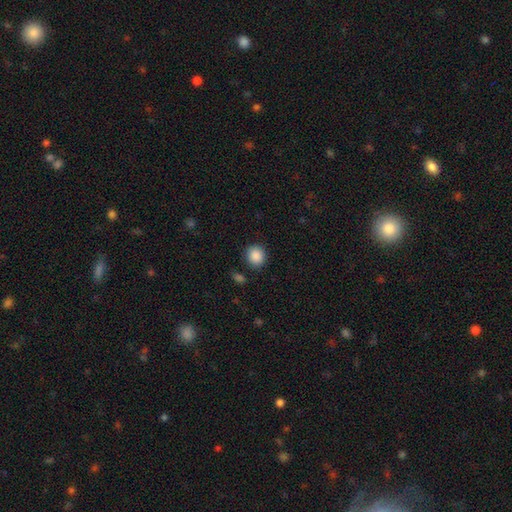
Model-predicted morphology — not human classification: Overall: smooth (89%). How rounded: round (82%). Merging: none (86%).